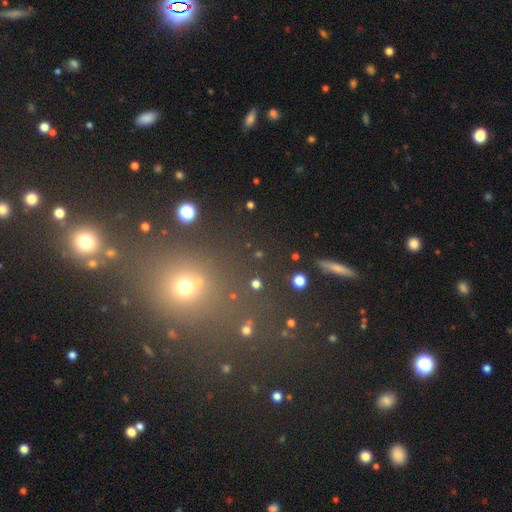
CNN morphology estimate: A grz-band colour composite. It shows a star or artifact, not a galaxy (47%).